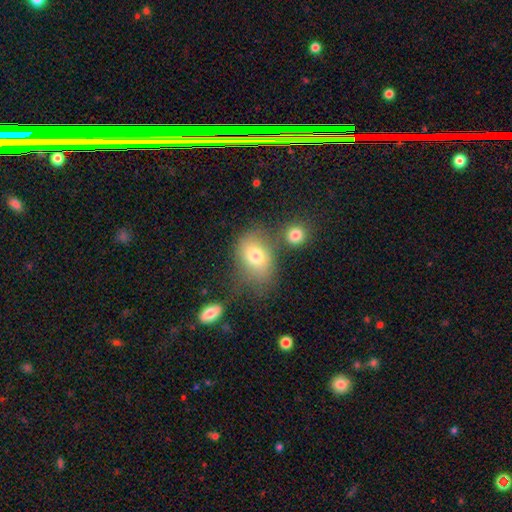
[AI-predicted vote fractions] A smooth galaxy with no disk features (74%) that is in between round and cigar-shaped (67%).

Vote fractions:
- Smooth or featured? smooth: 74% / featured or disk: 15% / star or artifact: 11%
- How rounded? in between: 67% / round: 31% / cigar-shaped: 1%
- Merging? none: 54% / merger: 19% / minor disturbance: 18% / major disturbance: 9%